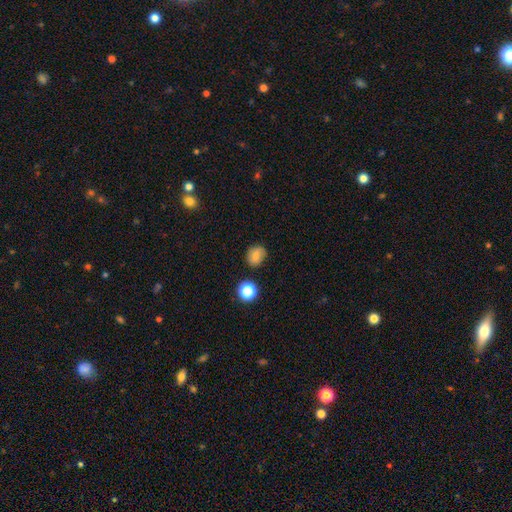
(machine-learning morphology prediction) A smooth galaxy with no disk features (77%) that is round (61%).

Vote fractions:
- Smooth or featured? smooth: 77% / star or artifact: 12% / featured or disk: 11%
- How rounded? round: 61% / in between: 38% / cigar-shaped: 1%
- Merging? none: 80% / minor disturbance: 14% / major disturbance: 3% / merger: 3%